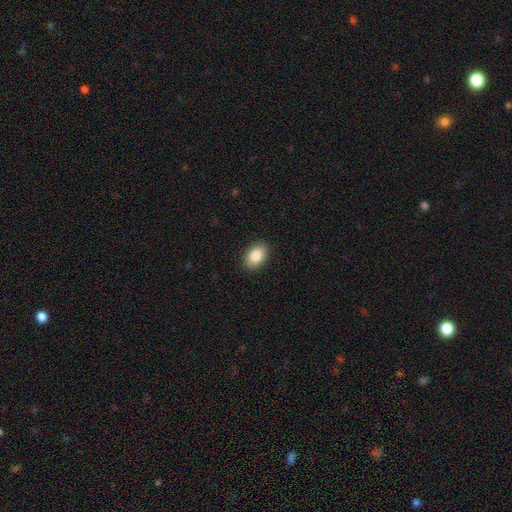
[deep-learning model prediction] Smooth or featured? smooth (85%)
How rounded? in between (86%)
Merging? none (90%)